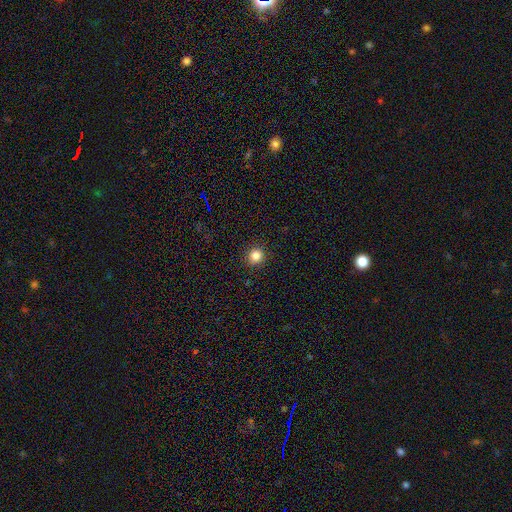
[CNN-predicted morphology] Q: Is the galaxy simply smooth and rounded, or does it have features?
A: smooth — 84%.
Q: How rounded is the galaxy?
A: round — 92%.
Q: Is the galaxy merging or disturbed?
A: none — 92%.